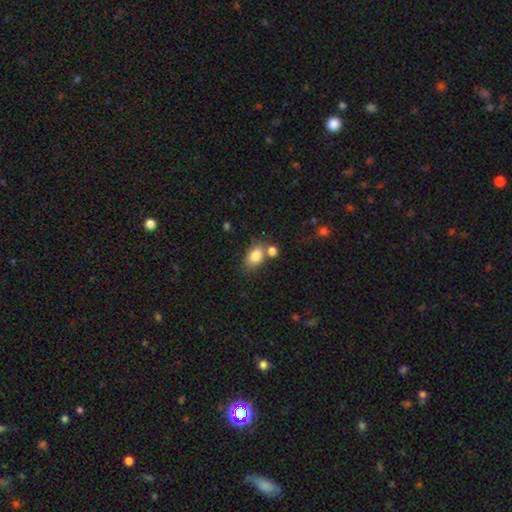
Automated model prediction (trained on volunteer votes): The model was most divided on "merging": none: 56%, merger: 25%, minor disturbance: 14%, major disturbance: 5%. More confident: smooth or featured — smooth (83%); how rounded — in between (81%).